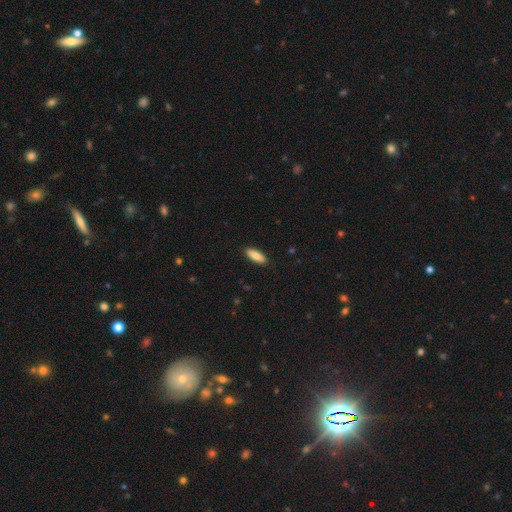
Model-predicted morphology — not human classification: The model was most divided on "how rounded": in between: 77%, cigar-shaped: 21%, round: 2%. More confident: merging — none (90%); smooth or featured — smooth (85%).